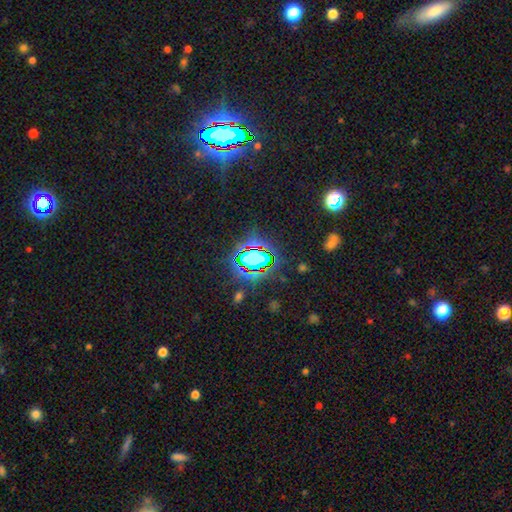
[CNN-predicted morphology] A star or artifact, not a galaxy (80%).